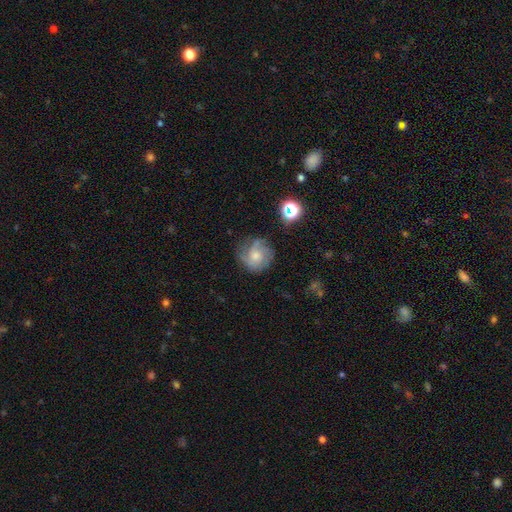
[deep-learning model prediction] featured or disk 48%, smooth 41%, star or artifact 11%. Down the decision tree: merging — none (63%).